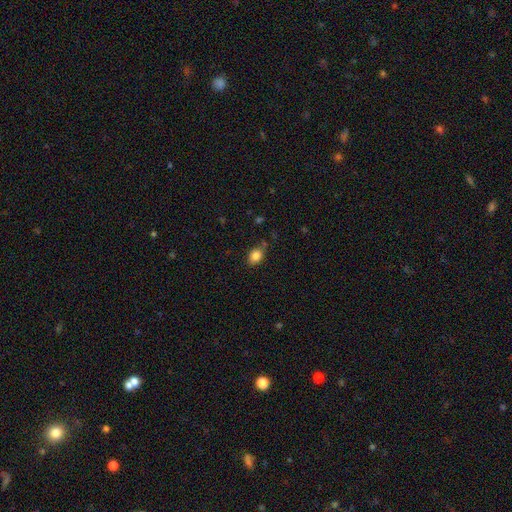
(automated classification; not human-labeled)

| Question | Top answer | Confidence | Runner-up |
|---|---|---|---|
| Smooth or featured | smooth | 85% | star or artifact (10%) |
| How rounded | in between | 67% | round (32%) |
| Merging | none | 72% | minor disturbance (19%) |